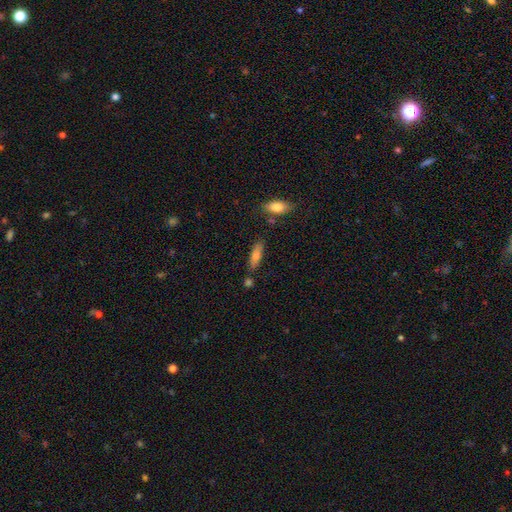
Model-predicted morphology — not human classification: smooth-or-featured: smooth: 72% | featured or disk: 21% | star or artifact: 7%
  how-rounded: cigar-shaped: 58% | in between: 40% | round: 2%
  merging: none: 72% | minor disturbance: 15% | merger: 9% | major disturbance: 4%